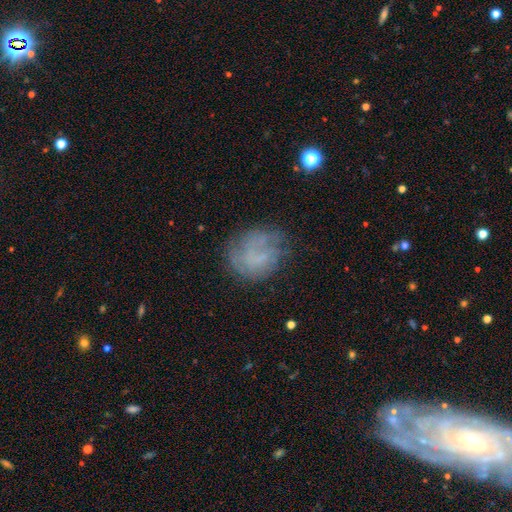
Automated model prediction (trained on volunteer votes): Smooth or featured? Predicted: featured or disk (p=0.44). Merging? Predicted: none (p=0.60).